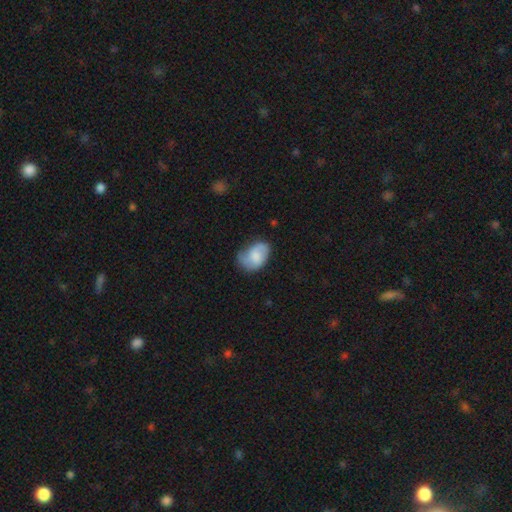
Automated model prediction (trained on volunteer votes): A smooth galaxy with no disk features (55%) that is in between round and cigar-shaped (82%).

Vote fractions:
- Smooth or featured? smooth: 55% / featured or disk: 38% / star or artifact: 7%
- How rounded? in between: 82% / round: 17% / cigar-shaped: 1%
- Merging? none: 50% / minor disturbance: 34% / major disturbance: 14% / merger: 2%